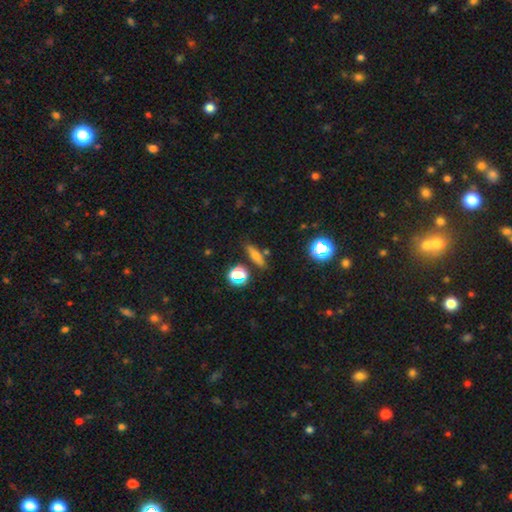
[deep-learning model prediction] smooth 65%, featured or disk 19%, star or artifact 16%. Down the decision tree: how rounded — cigar-shaped (58%); merging — none (81%).